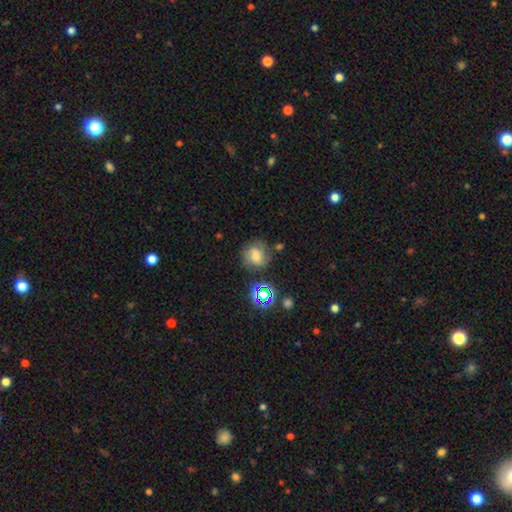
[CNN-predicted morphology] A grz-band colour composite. It shows a smooth galaxy with no disk features (53%) that is round (77%). Merging: none (70%).